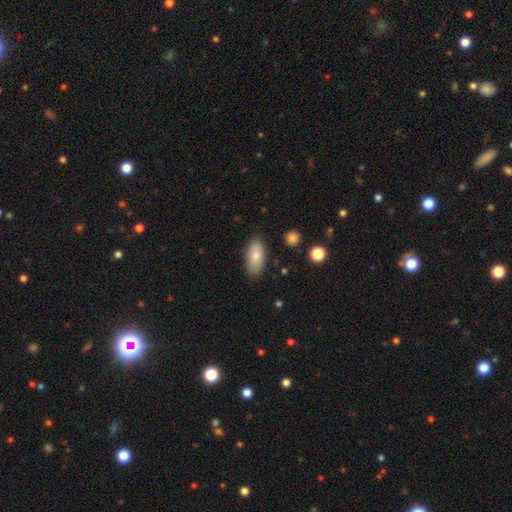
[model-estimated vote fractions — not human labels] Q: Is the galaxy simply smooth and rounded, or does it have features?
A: smooth — 78%.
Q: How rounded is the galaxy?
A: in between — 89%.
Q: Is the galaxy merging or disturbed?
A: none — 81%.